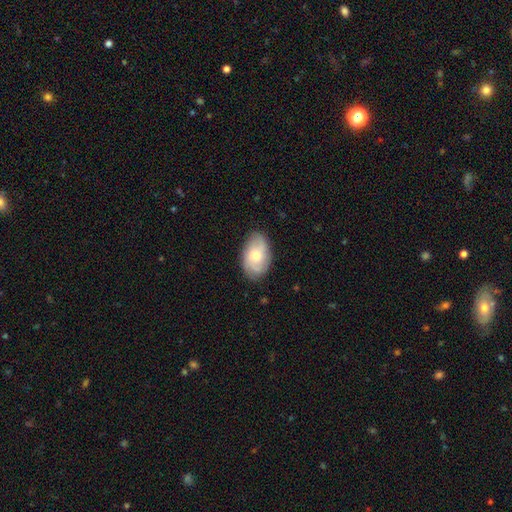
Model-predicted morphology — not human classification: featured or disk 47%, smooth 46%, star or artifact 7%. Down the decision tree: merging — none (80%).